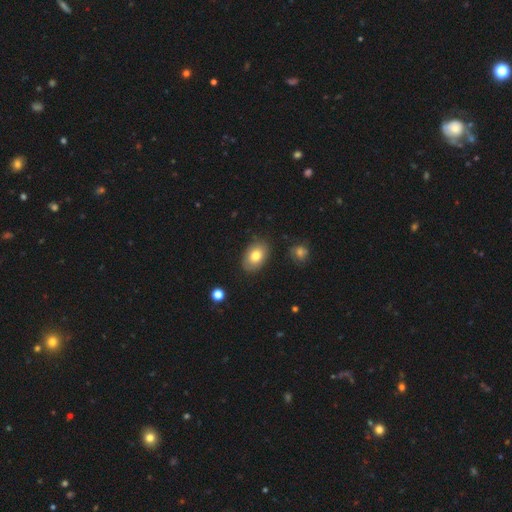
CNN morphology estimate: This is likely a smooth galaxy (78%). How rounded: clearly in between (84%). Merging: clearly none (85%).